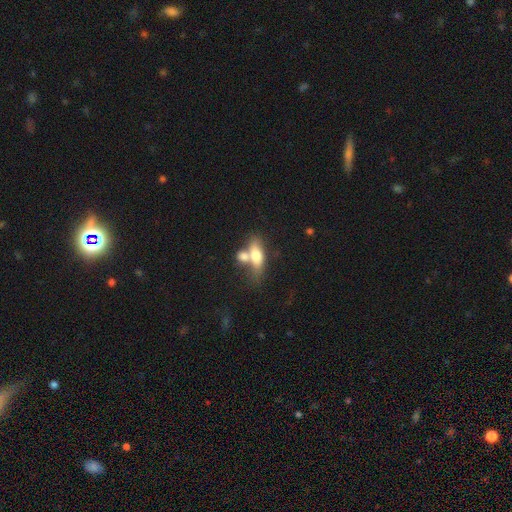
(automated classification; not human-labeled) A smooth galaxy with no disk features (64%) that is in between round and cigar-shaped (67%).

Vote fractions:
- Smooth or featured? smooth: 64% / featured or disk: 28% / star or artifact: 8%
- How rounded? in between: 67% / cigar-shaped: 25% / round: 8%
- Merging? merger: 53% / none: 28% / minor disturbance: 11% / major disturbance: 8%